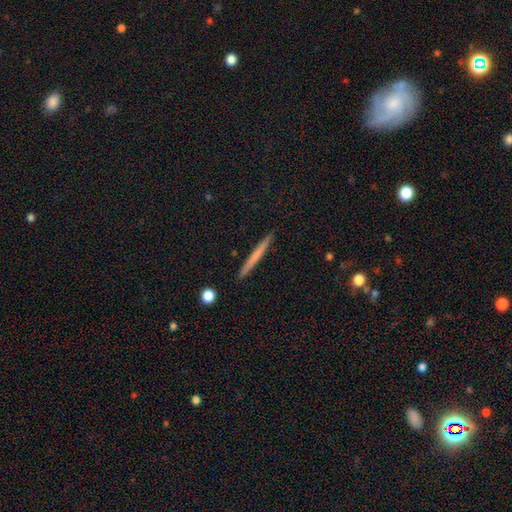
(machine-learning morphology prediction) Smooth or featured? Predicted: smooth (p=0.60). How rounded? Predicted: cigar-shaped (p=0.97). Merging? Predicted: none (p=0.92).